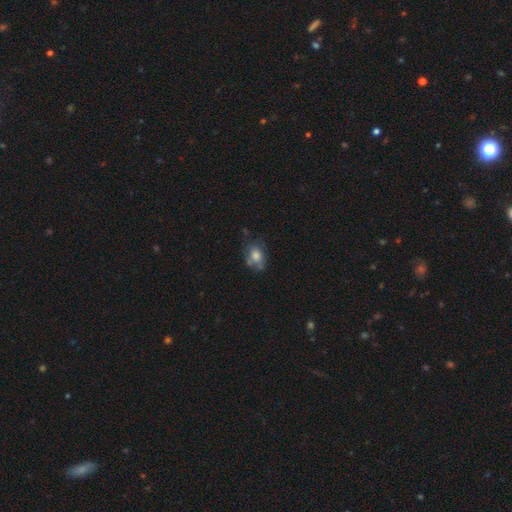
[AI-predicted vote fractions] Smooth or featured? Predicted: smooth (p=0.67). How rounded? Predicted: in between (p=0.62). Merging? Predicted: none (p=0.53).